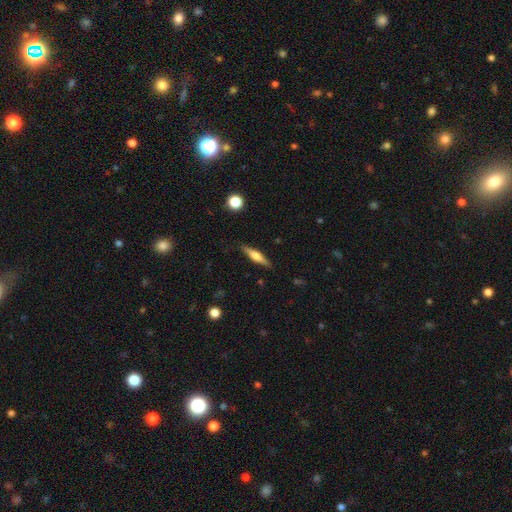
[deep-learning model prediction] Smooth or featured? Predicted: featured or disk (p=0.53). Edge-on disk? Predicted: yes (p=0.96). Edge-on bulge? Predicted: rounded (p=0.75). Merging? Predicted: none (p=0.87).